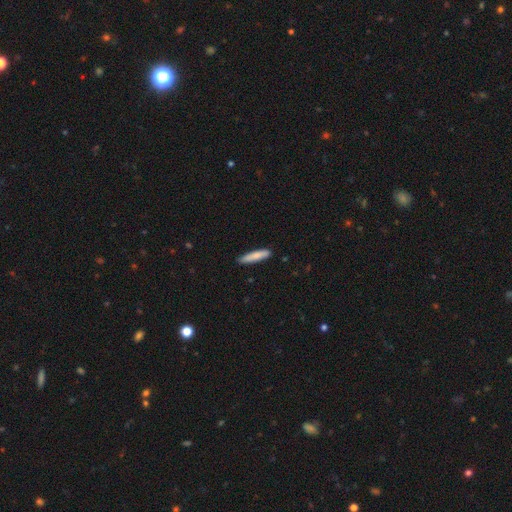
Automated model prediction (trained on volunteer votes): This appears to be a smooth galaxy with no disk features (81%) that is cigar-shaped (88%). Merging: none (88%).